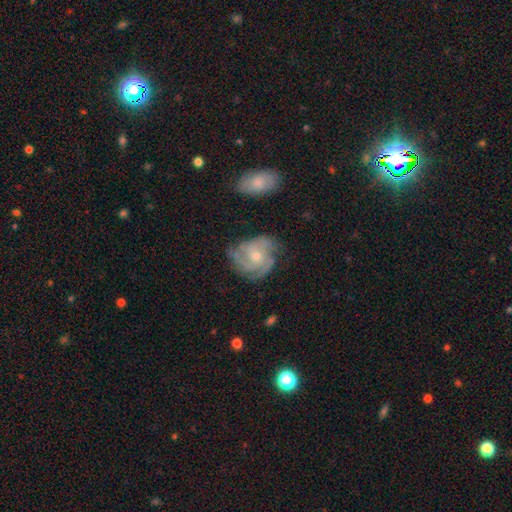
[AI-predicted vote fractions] Smooth or featured? Predicted: featured or disk (p=0.81). Edge-on disk? Predicted: no (p=0.98). Bar? Predicted: no (p=0.74). Spiral arms? Predicted: yes (p=0.94). Spiral winding? Predicted: tight (p=0.52). Spiral arm count? Predicted: 3 (p=0.41). Bulge size? Predicted: moderate (p=0.50). Merging? Predicted: none (p=0.66).